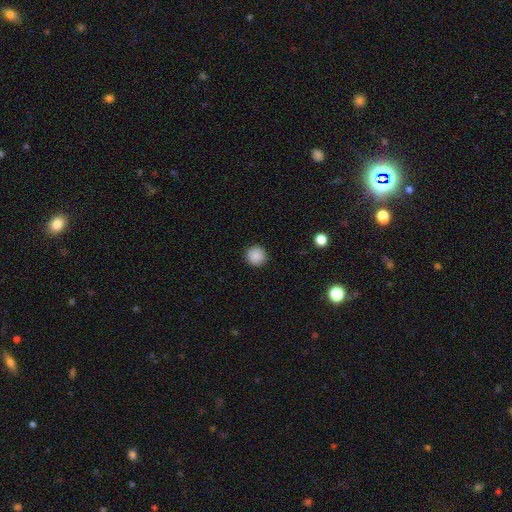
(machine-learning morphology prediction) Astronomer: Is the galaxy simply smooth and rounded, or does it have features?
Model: smooth — 88%.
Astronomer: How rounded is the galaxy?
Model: round — 96%.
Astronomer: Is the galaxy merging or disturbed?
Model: none — 93%.